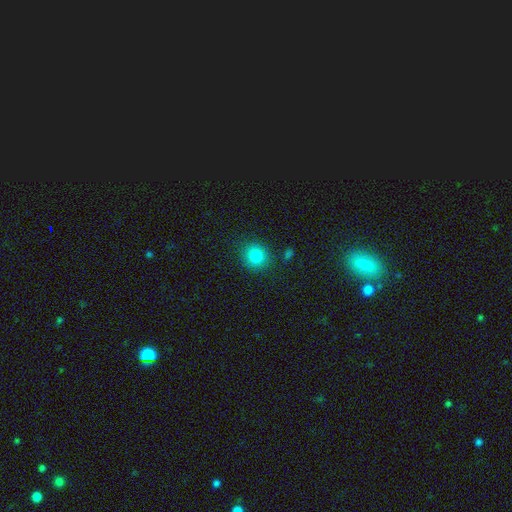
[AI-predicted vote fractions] A smooth galaxy with no disk features (83%) that is round (84%). Merging: none (86%).